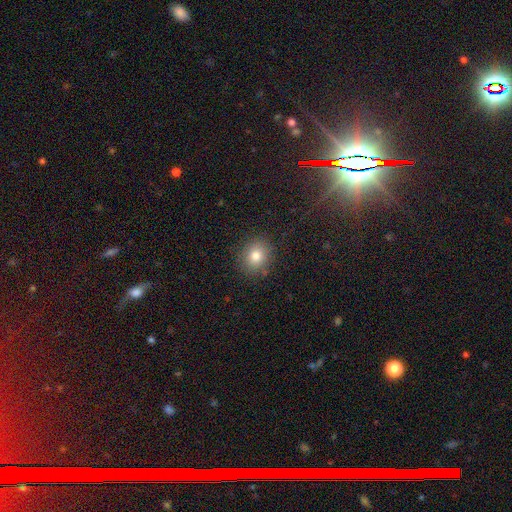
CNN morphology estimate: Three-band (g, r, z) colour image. It shows a smooth galaxy with no disk features (80%) that is round (71%). Merging: none (87%).